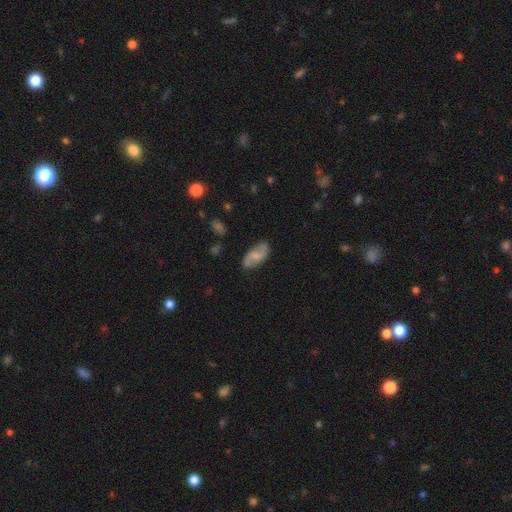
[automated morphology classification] Smooth or featured? featured or disk (50%)
Merging? none (77%)